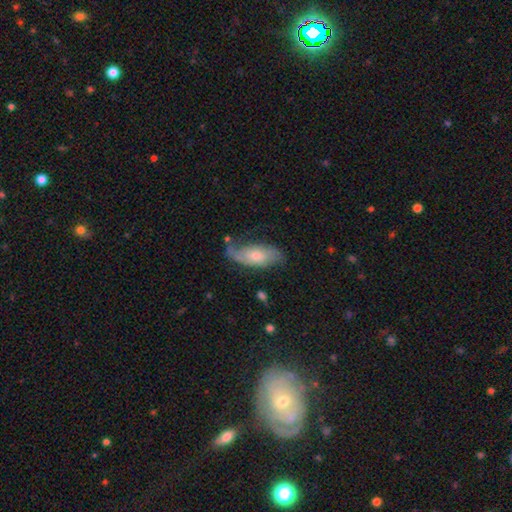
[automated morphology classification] type=featured or disk (50%); edge-on=no (84%); merging=none (56%).